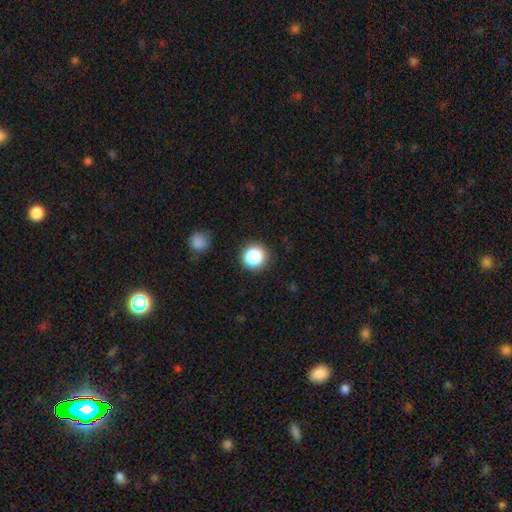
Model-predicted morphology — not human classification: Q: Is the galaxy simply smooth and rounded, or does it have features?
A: smooth — 83%.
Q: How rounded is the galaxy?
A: round — 95%.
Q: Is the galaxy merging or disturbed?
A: none — 91%.